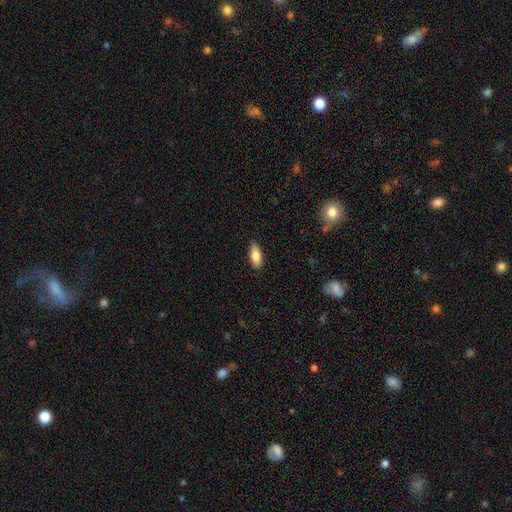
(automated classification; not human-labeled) A smooth galaxy with no disk features (83%) that is in between round and cigar-shaped (80%).

Vote fractions:
- Smooth or featured? smooth: 83% / featured or disk: 10% / star or artifact: 6%
- How rounded? in between: 80% / cigar-shaped: 18% / round: 2%
- Merging? none: 84% / minor disturbance: 13% / major disturbance: 2% / merger: 1%